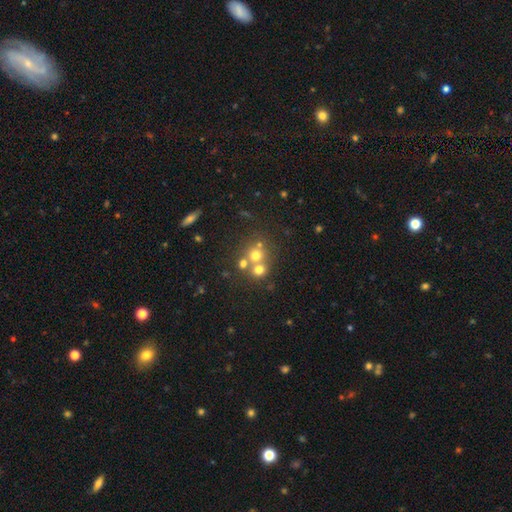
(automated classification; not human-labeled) This is likely a smooth galaxy (63%). How rounded: clearly round (86%). Merging: possibly none (48%).